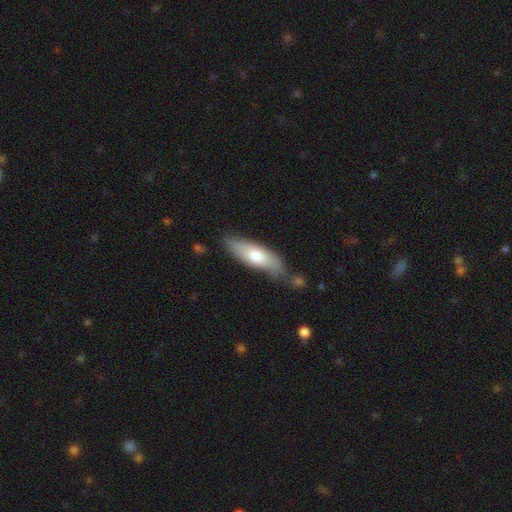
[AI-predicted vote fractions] Smooth or featured?
  - smooth: 67% *
  - featured or disk: 28%
  - star or artifact: 5%
How rounded?
  - in between: 50% *
  - cigar-shaped: 48%
  - round: 2%
Merging?
  - none: 70% *
  - minor disturbance: 19%
  - merger: 6%
  - major disturbance: 4%